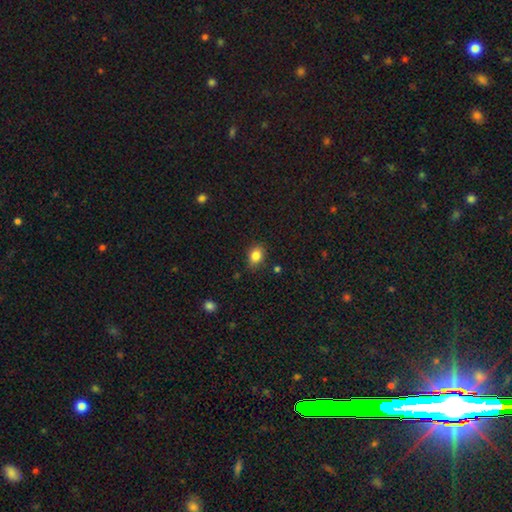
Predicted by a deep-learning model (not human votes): This is clearly a smooth galaxy (85%). How rounded: likely in between (60%). Merging: likely none (79%).